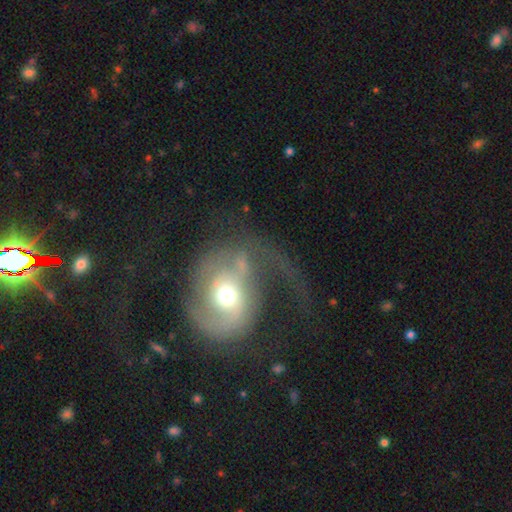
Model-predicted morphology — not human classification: type=featured or disk (79%); edge-on=no (97%); bar=no (55%); spiral arms=yes (90%); winding=medium (41%, tied with loose); arm count=2 (61%); bulge=moderate (68%); merging=none (43%).